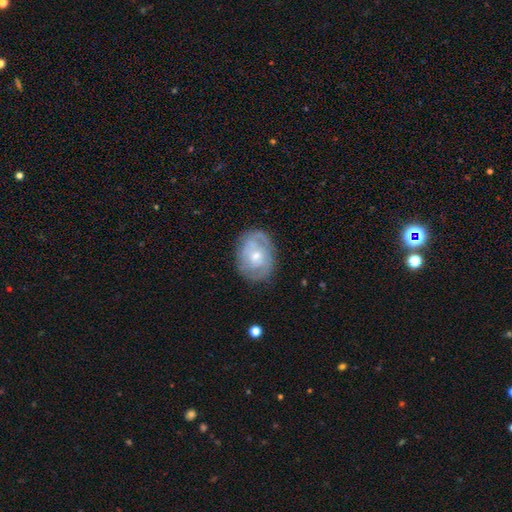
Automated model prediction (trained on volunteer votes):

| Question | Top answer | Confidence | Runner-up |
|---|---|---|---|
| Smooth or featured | featured or disk | 66% | smooth (28%) |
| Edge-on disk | no | 97% | yes (3%) |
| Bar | no | 61% | weak (33%) |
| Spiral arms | yes | 74% | no (26%) |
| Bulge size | small | 48% | moderate (47%) |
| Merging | none | 73% | minor disturbance (18%) |